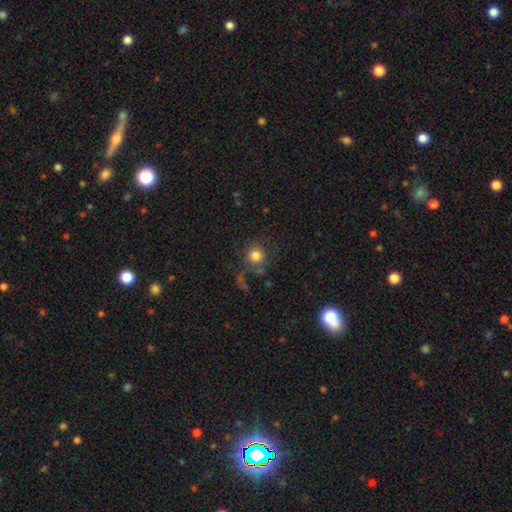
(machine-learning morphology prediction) Smooth or featured? Predicted: smooth (p=0.80). How rounded? Predicted: round (p=0.92). Merging? Predicted: none (p=0.70).